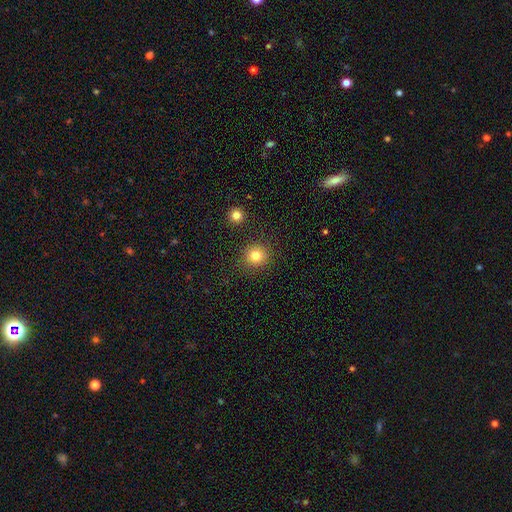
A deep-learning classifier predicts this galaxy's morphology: smooth-or-featured: smooth: 81% | star or artifact: 13% | featured or disk: 6%
  how-rounded: round: 91% | in between: 8% | cigar-shaped: 1%
  merging: none: 88% | minor disturbance: 7% | merger: 3% | major disturbance: 3%